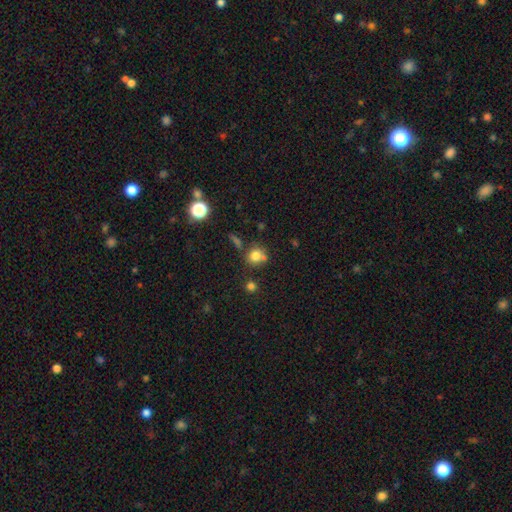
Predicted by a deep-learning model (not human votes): A smooth galaxy with no disk features (77%) that is round (82%).

Vote fractions:
- Smooth or featured? smooth: 77% / star or artifact: 14% / featured or disk: 9%
- How rounded? round: 82% / in between: 17% / cigar-shaped: 1%
- Merging? none: 60% / merger: 21% / minor disturbance: 14% / major disturbance: 5%